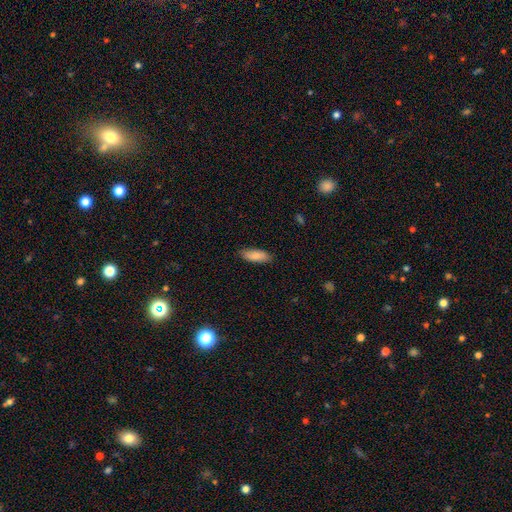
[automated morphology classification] This is clearly a smooth galaxy (88%). How rounded: likely in between (67%). Merging: clearly none (87%).